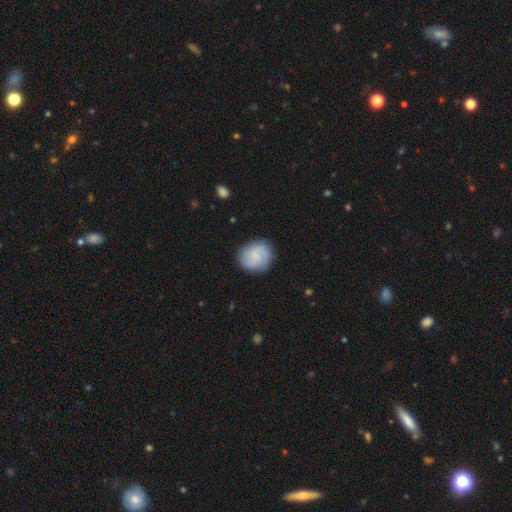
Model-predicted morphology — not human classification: type=smooth (54%); roundness=round (79%); merging=none (84%).